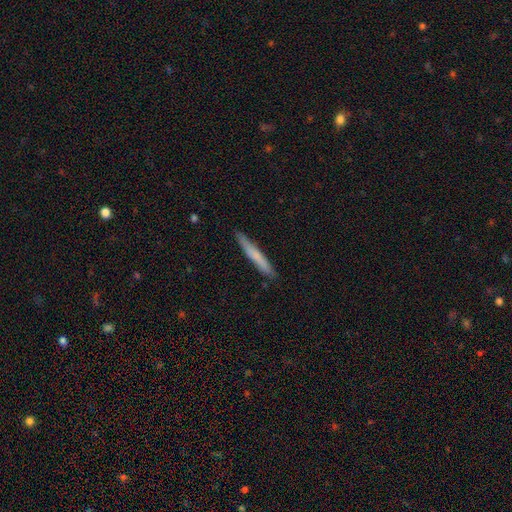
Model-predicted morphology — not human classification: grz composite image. It shows a smooth galaxy with no disk features (66%) that is cigar-shaped (96%). Merging: none (89%).